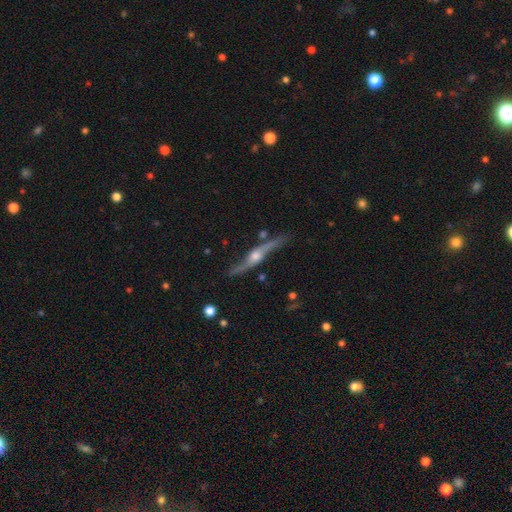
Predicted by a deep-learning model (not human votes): featured or disk 84%, smooth 10%, star or artifact 5%. Down the decision tree: edge-on disk — yes (85%); edge-on bulge — rounded (92%); merging — none (74%).